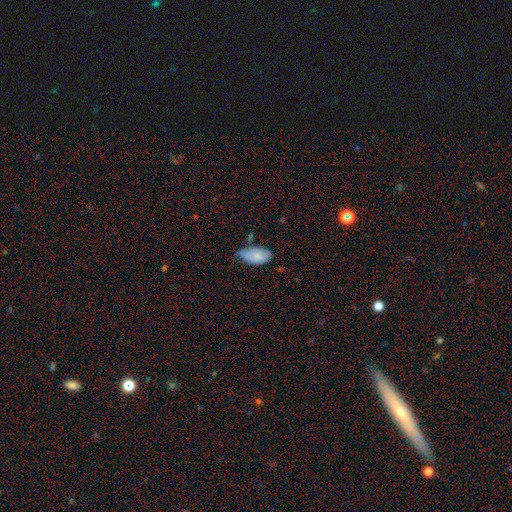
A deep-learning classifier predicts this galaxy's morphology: A smooth galaxy with no disk features (83%) that is in between round and cigar-shaped (95%). Merging: minor disturbance (49%).